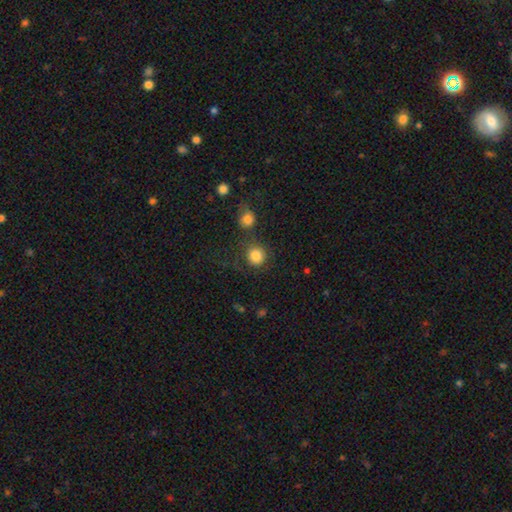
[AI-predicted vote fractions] smooth 84%, star or artifact 10%, featured or disk 6%. Down the decision tree: how rounded — round (89%); merging — none (68%).